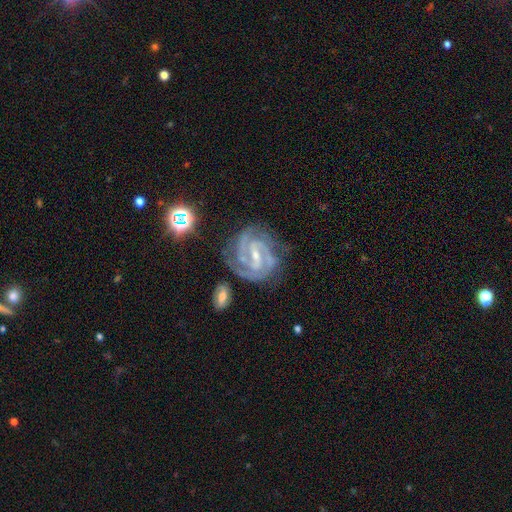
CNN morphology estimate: The model was most divided on "bar": weak: 44%, strong: 43%, no: 13%. Remaining: spiral arms — yes (98%); edge-on disk — no (97%); smooth or featured — featured or disk (90%); merging — none (68%); bulge size — small (64%); spiral winding — tight (56%); spiral arm count — 2 (37%).